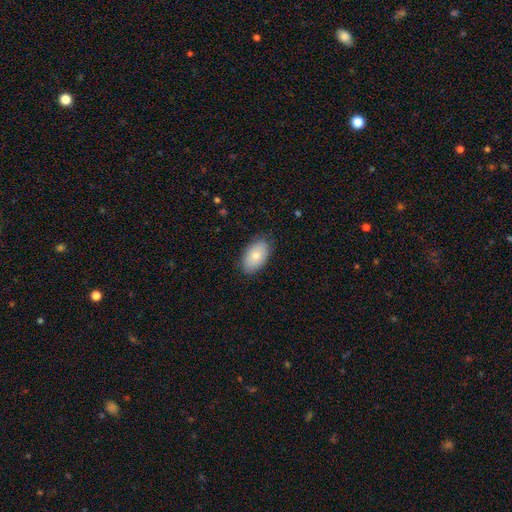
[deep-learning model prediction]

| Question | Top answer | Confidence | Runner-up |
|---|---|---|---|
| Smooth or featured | smooth | 76% | featured or disk (18%) |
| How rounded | in between | 93% | round (6%) |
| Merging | none | 83% | minor disturbance (13%) |